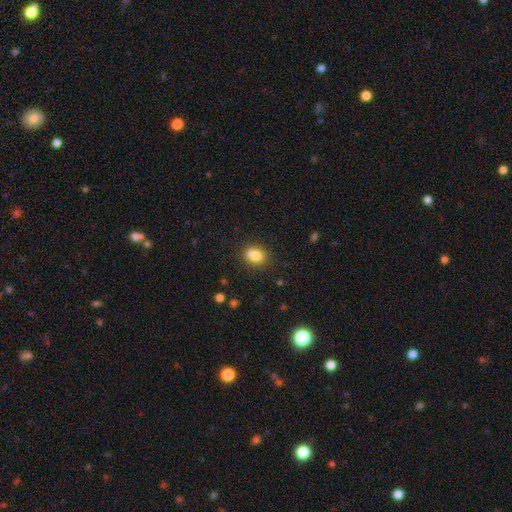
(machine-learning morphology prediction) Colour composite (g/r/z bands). It shows a smooth galaxy with no disk features (80%) that is in between round and cigar-shaped (60%). Merging: none (61%).